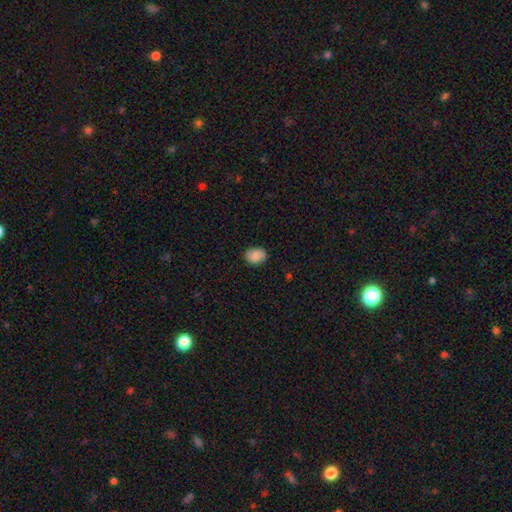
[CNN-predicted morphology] A smooth galaxy with no disk features (88%) that is in between round and cigar-shaped (57%). Merging: none (84%).